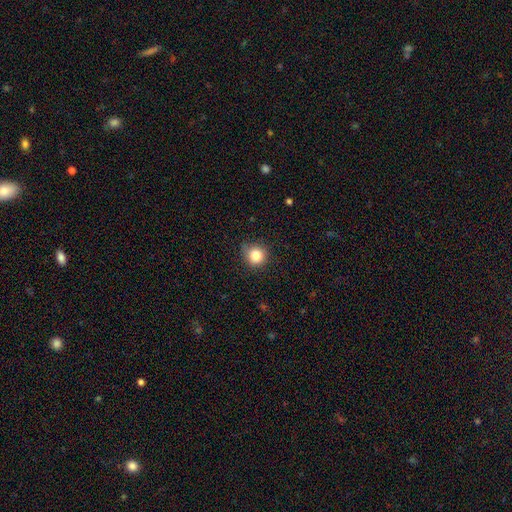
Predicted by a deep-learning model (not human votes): smooth 83%, star or artifact 11%, featured or disk 5%. Down the decision tree: how rounded — round (91%); merging — none (79%).